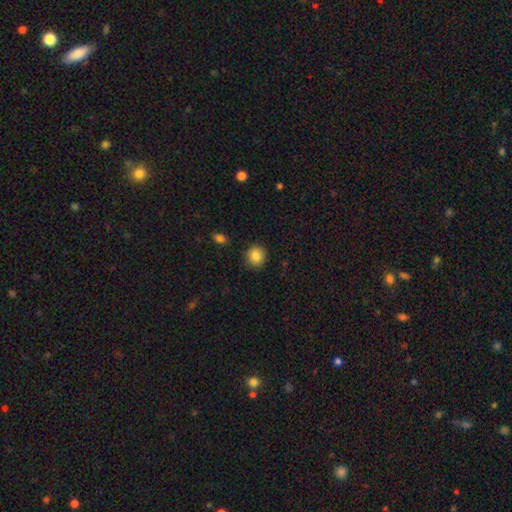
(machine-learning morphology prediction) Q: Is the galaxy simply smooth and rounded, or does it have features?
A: smooth — 85%.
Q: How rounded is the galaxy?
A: round — 89%.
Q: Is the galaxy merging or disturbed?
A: none — 90%.